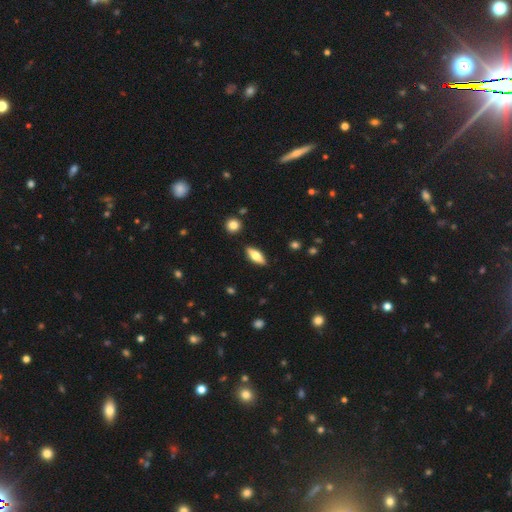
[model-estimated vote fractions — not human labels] Q: Smooth or featured?
A: smooth (60%); runner-up: featured or disk (33%)
Q: How rounded?
A: in between (64%); runner-up: cigar-shaped (33%)
Q: Merging?
A: none (88%); runner-up: minor disturbance (9%)